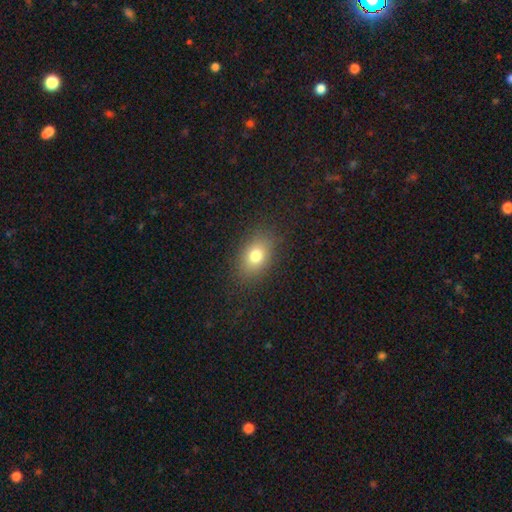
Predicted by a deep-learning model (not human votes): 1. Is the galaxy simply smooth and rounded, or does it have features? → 77% smooth, 12% star or artifact, 11% featured or disk.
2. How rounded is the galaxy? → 74% in between, 24% round, 2% cigar-shaped.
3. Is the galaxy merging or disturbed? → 85% none, 10% minor disturbance, 4% major disturbance, 1% merger.